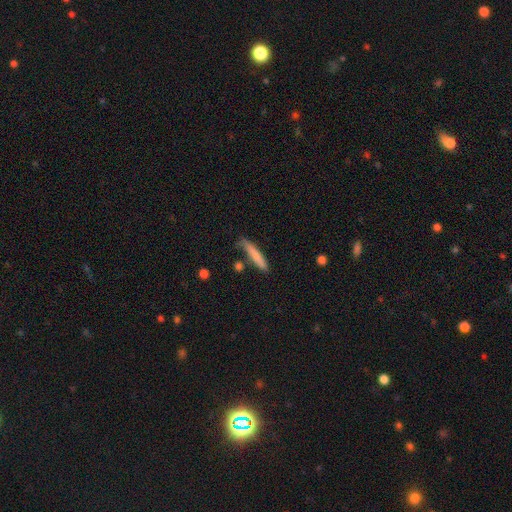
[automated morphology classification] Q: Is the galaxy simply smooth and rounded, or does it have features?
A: smooth — 76%.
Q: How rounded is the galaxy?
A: cigar-shaped — 91%.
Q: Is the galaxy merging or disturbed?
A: none — 66%.